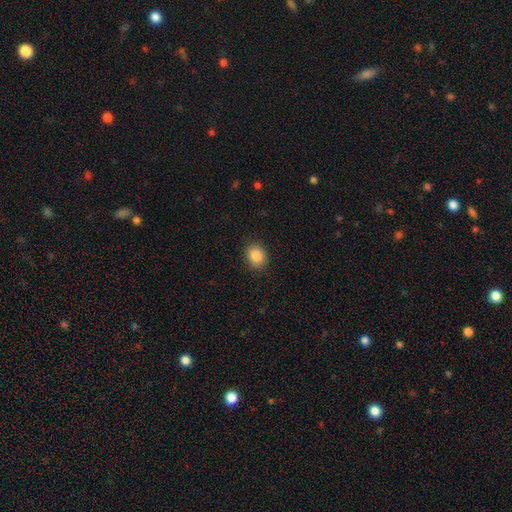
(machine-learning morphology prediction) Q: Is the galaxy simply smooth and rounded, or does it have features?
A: smooth — 87%.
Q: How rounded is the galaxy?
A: round — 56%.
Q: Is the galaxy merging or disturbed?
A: none — 89%.